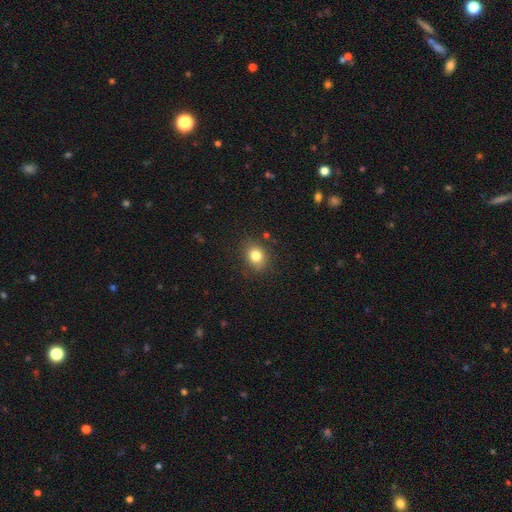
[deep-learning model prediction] This appears to be a smooth galaxy with no disk features (81%) that is round (58%). Merging: none (84%).